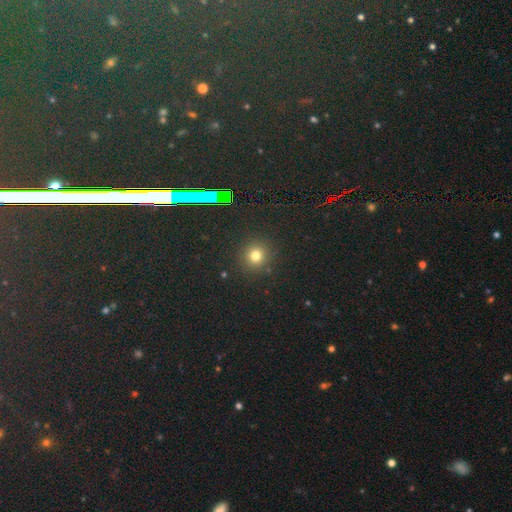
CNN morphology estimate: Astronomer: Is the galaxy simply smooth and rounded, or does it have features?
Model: smooth — 74%.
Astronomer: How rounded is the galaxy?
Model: round — 93%.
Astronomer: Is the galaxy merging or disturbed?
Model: none — 90%.